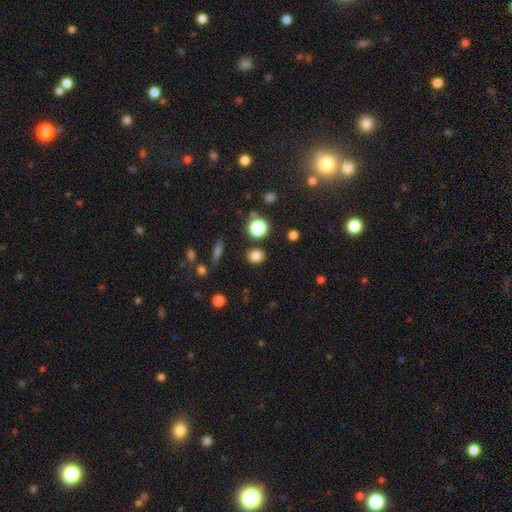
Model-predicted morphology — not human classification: The model was most divided on "how rounded": round: 73%, in between: 26%, cigar-shaped: 1%. More confident: merging — none (86%); smooth or featured — smooth (80%).